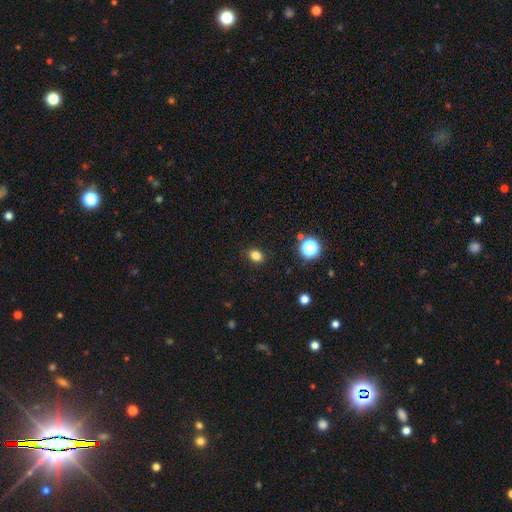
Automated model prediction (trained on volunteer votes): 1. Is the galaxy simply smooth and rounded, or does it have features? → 82% smooth, 13% star or artifact, 5% featured or disk.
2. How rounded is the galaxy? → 57% in between, 42% round, 1% cigar-shaped.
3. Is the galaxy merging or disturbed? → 89% none, 8% minor disturbance, 2% major disturbance, 1% merger.